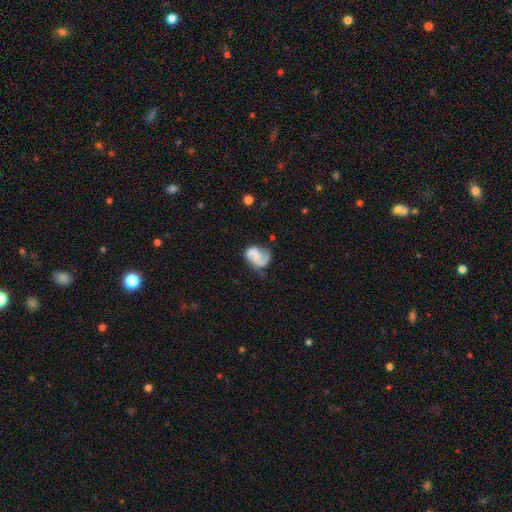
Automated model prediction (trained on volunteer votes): This appears to be a featured or disk galaxy (53%) with no bar (63%), spiral arms (80%) and no central bulge (59%). Merging: none (39%).